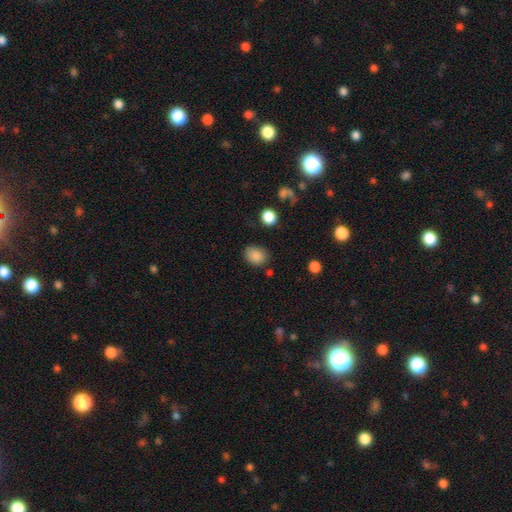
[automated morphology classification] Smooth or featured? Predicted: smooth (p=0.86). How rounded? Predicted: in between (p=0.51). Merging? Predicted: none (p=0.77).